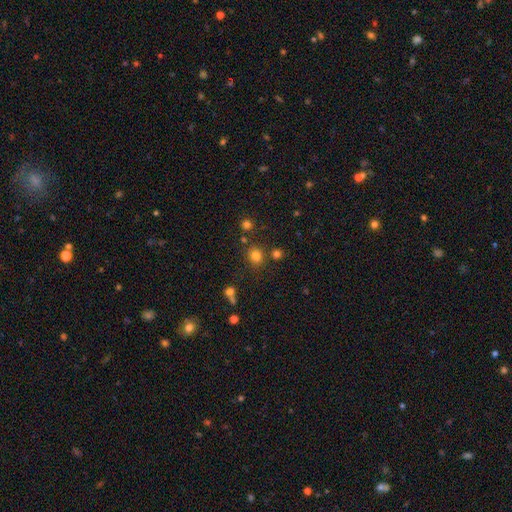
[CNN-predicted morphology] smooth 76%, star or artifact 17%, featured or disk 6%. Down the decision tree: how rounded — round (80%); merging — none (78%).